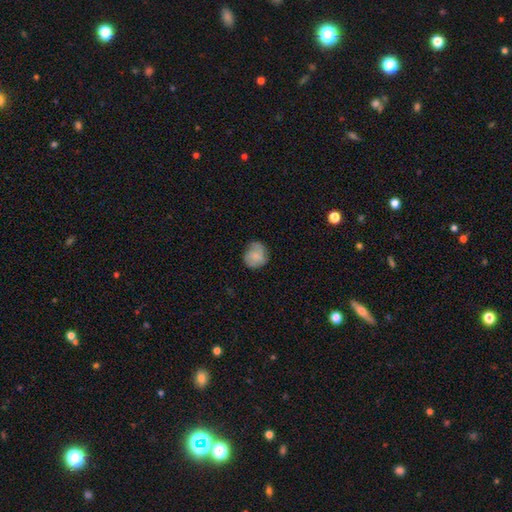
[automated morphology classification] Smooth or featured? Predicted: smooth (p=0.57). How rounded? Predicted: round (p=0.76). Merging? Predicted: none (p=0.68).